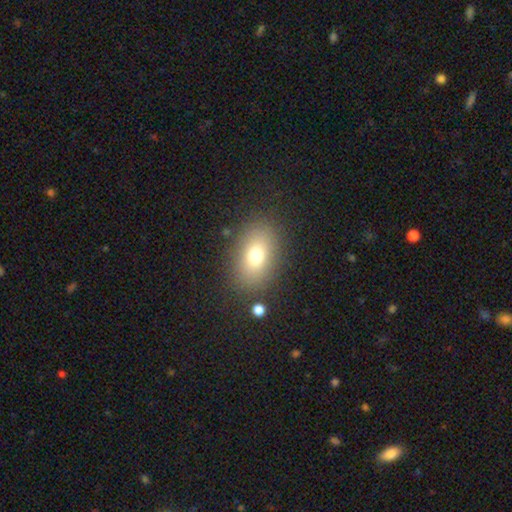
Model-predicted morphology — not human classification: Smooth or featured? Predicted: smooth (p=0.74). How rounded? Predicted: in between (p=0.82). Merging? Predicted: none (p=0.84).